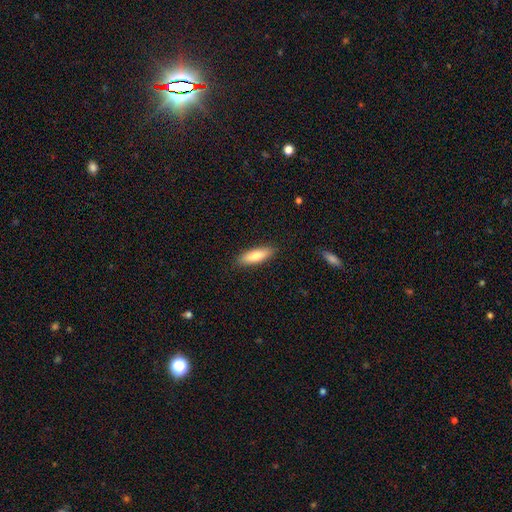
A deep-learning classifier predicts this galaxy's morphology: Smooth or featured?
  - smooth: 77% *
  - featured or disk: 17%
  - star or artifact: 6%
How rounded?
  - cigar-shaped: 52% *
  - in between: 46%
  - round: 2%
Merging?
  - none: 87% *
  - minor disturbance: 10%
  - major disturbance: 2%
  - merger: 1%